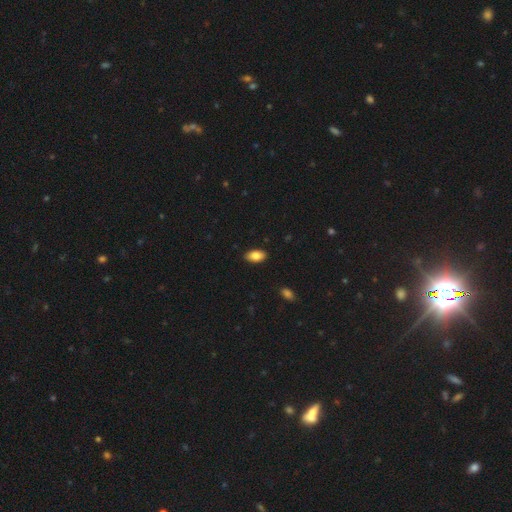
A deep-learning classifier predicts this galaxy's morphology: smooth 86%, star or artifact 7%, featured or disk 7%. Down the decision tree: how rounded — in between (93%); merging — none (89%).